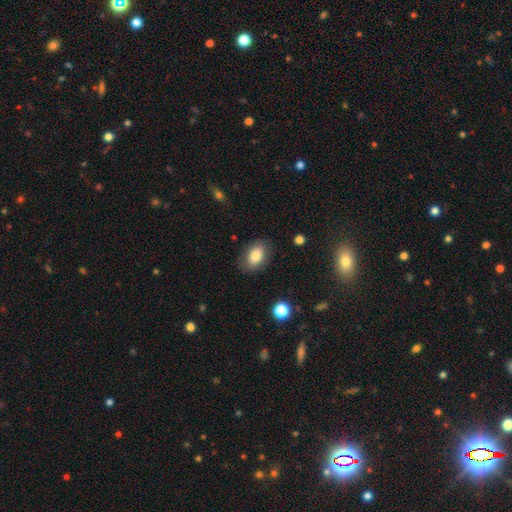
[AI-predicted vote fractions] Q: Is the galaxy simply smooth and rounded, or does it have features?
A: smooth — 80%.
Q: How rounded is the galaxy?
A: in between — 84%.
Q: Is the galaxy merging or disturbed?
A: none — 81%.